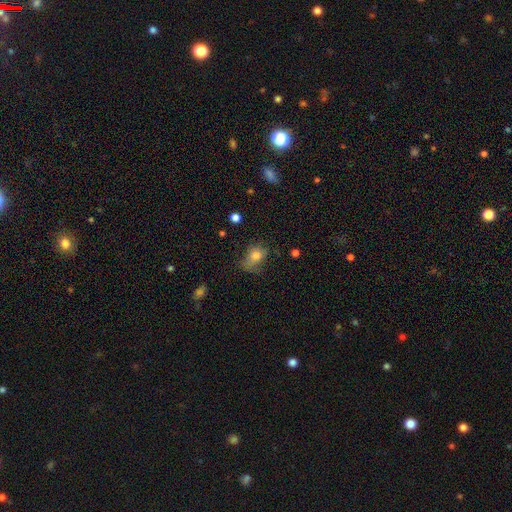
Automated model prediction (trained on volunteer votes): This is likely a smooth galaxy (73%). How rounded: likely in between (67%). Merging: marginally none (41%).